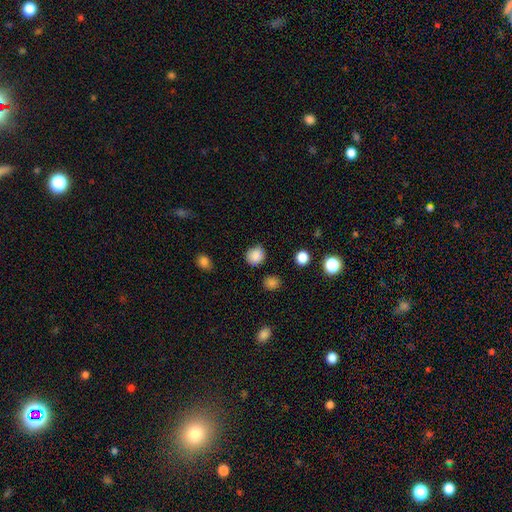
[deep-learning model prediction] Morphology: type=smooth (86%); roundness=round (85%); merging=none (82%).